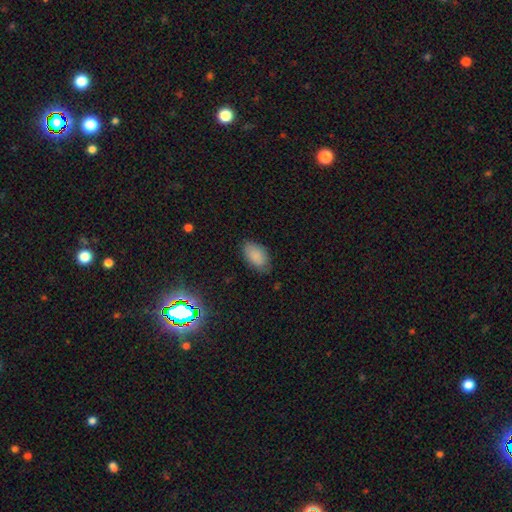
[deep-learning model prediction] Smooth or featured? Predicted: smooth (p=0.86). How rounded? Predicted: in between (p=0.94). Merging? Predicted: none (p=0.76).